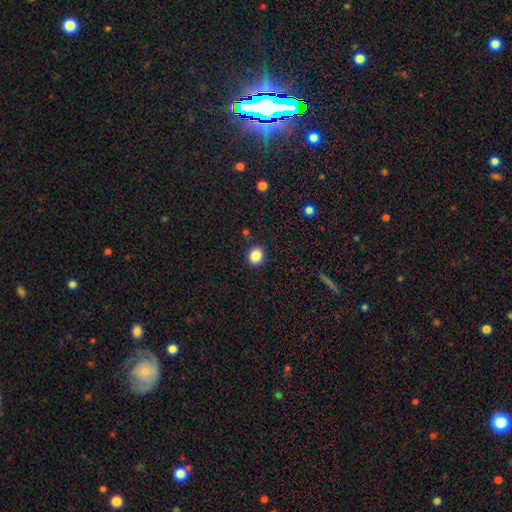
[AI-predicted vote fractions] Smooth or featured? smooth (86%)
How rounded? round (77%)
Merging? none (91%)